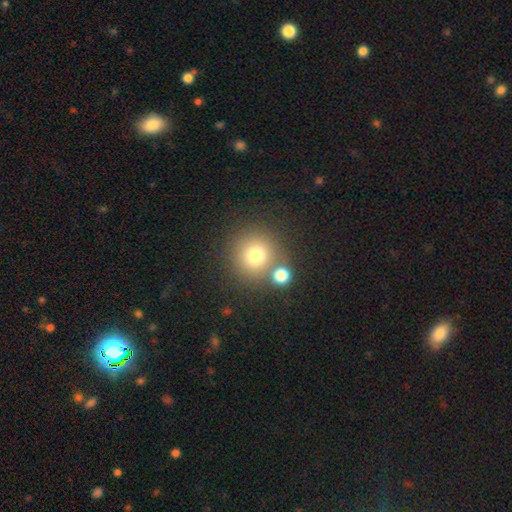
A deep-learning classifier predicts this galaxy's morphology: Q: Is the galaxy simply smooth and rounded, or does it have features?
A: smooth — 74%.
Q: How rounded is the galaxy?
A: round — 93%.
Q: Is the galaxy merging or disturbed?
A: none — 74%.